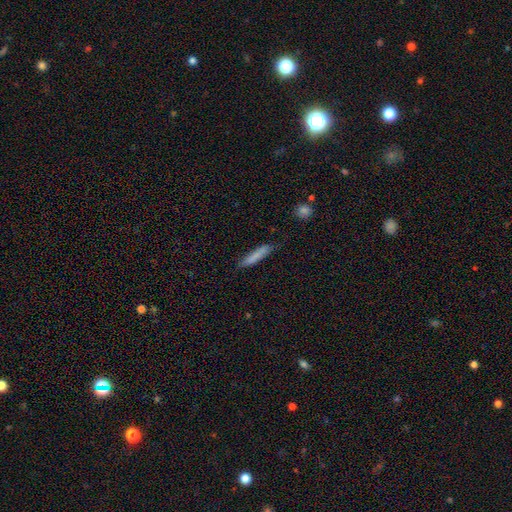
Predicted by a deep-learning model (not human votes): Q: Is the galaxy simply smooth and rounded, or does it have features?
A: smooth — 77%.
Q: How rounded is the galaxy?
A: cigar-shaped — 91%.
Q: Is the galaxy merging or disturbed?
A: none — 77%.